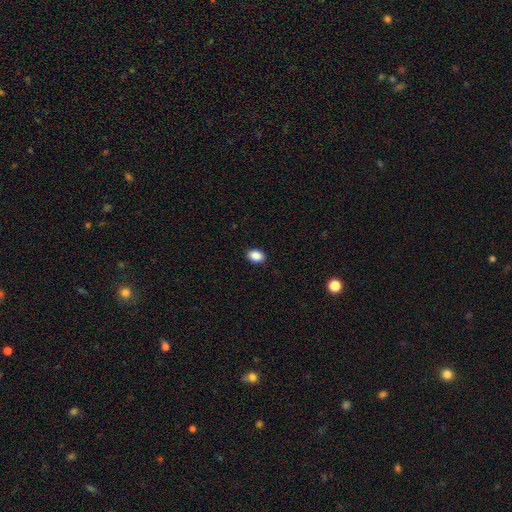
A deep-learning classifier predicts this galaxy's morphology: Q: Smooth or featured?
A: smooth (88%); runner-up: star or artifact (8%)
Q: How rounded?
A: in between (76%); runner-up: round (23%)
Q: Merging?
A: none (90%); runner-up: minor disturbance (7%)